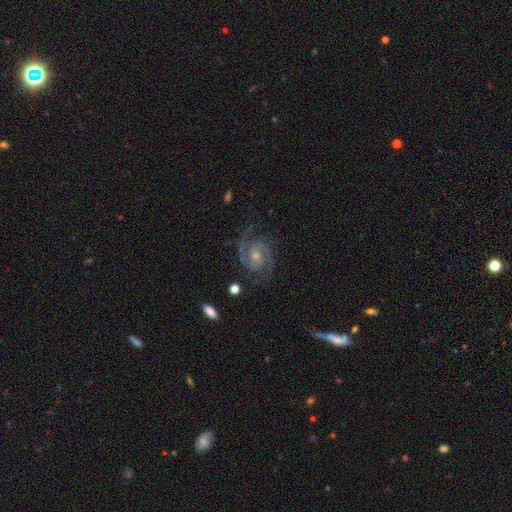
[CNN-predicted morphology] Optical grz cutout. It shows a featured or disk galaxy (91%) with no bar (59%), 2 (85%) medium (47%) spiral arms (98%) and a small central bulge (48%). Merging: none (80%).